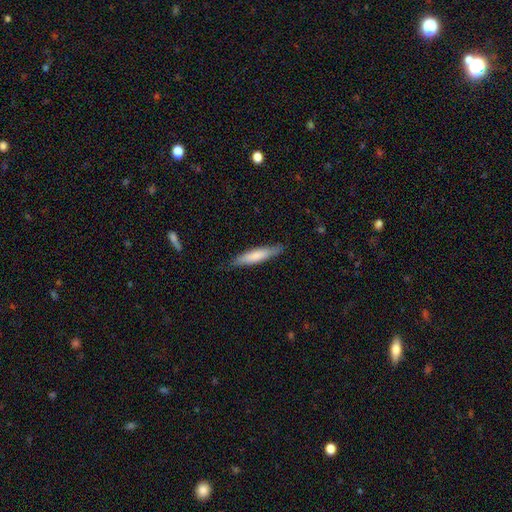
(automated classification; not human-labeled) Smooth or featured? Predicted: smooth (p=0.74). How rounded? Predicted: cigar-shaped (p=0.85). Merging? Predicted: none (p=0.85).